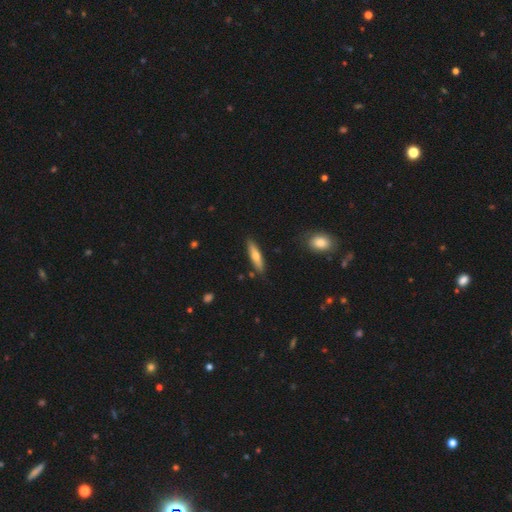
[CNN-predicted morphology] smooth_or_featured: smooth (p=0.62) [alt: featured or disk p=0.32]
how_rounded: cigar-shaped (p=0.79) [alt: in between p=0.19]
merging: none (p=0.85) [alt: minor disturbance p=0.11]